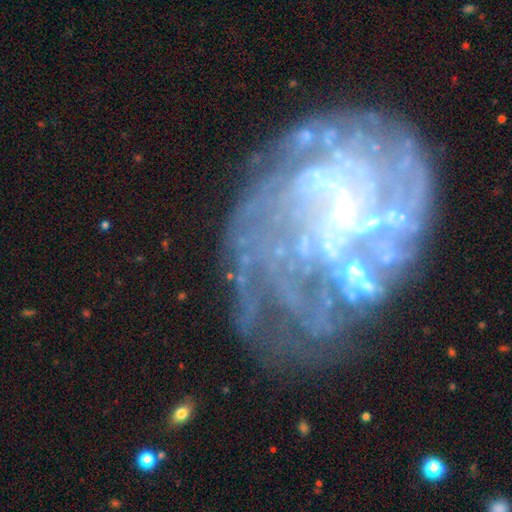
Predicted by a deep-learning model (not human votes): Smooth or featured?
  - featured or disk: 76% *
  - star or artifact: 16%
  - smooth: 9%
Edge-on disk?
  - no: 97% *
  - yes: 3%
Bar?
  - no: 54% *
  - weak: 30%
  - strong: 16%
Spiral arms?
  - yes: 76% *
  - no: 24%
Spiral winding?
  - tight: 44% *
  - medium: 35%
  - loose: 21%
Spiral arm count?
  - can't tell: 40% *
  - 2: 14%
  - 3: 14%
  - 4: 12%
  - more than 4: 12%
  - 1: 8%
Bulge size?
  - small: 49% *
  - none: 33%
  - moderate: 14%
  - large: 2%
  - dominant: 1%
Merging?
  - none: 46% *
  - major disturbance: 26%
  - minor disturbance: 18%
  - merger: 10%